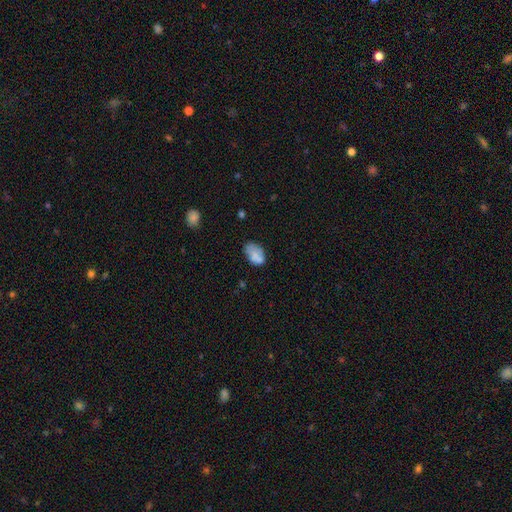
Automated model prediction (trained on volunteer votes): Morphology: type=smooth (72%); roundness=in between (87%); merging=none (45%).